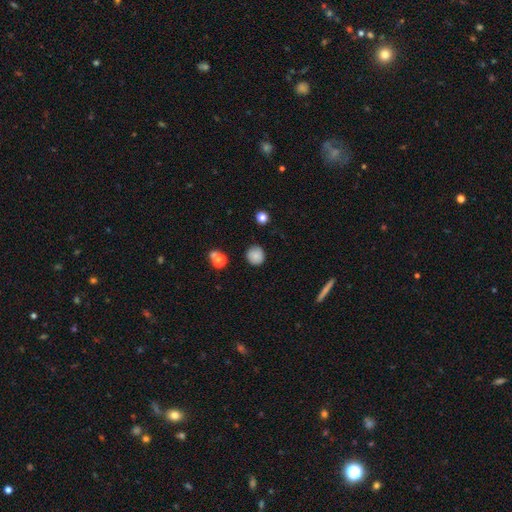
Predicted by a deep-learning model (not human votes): smooth 84%, star or artifact 10%, featured or disk 6%. Down the decision tree: how rounded — round (91%); merging — none (85%).